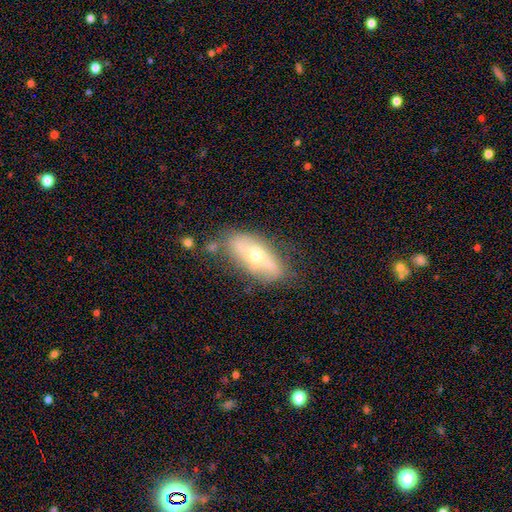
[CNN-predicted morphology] This is possibly a featured or disk galaxy (50%). It is likely not viewed edge-on (70%). Merging: likely none (64%).